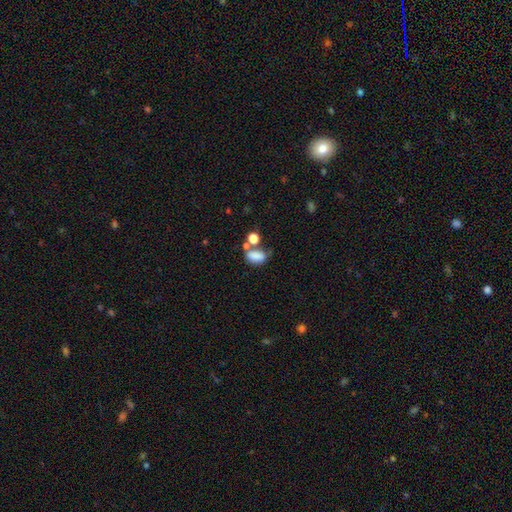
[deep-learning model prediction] The model was most divided on "merging": none: 42%, merger: 33%, minor disturbance: 16%, major disturbance: 9%. More confident: how rounded — in between (85%); smooth or featured — smooth (80%).